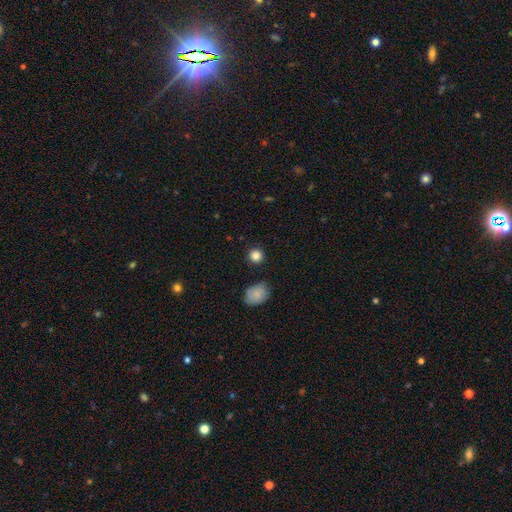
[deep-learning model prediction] smooth 84%, star or artifact 10%, featured or disk 5%. Down the decision tree: how rounded — round (90%); merging — none (87%).